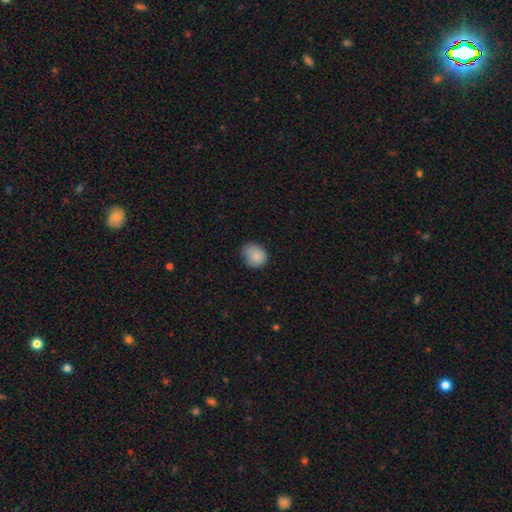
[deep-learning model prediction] Smooth or featured? smooth (85%)
How rounded? round (62%)
Merging? none (64%)